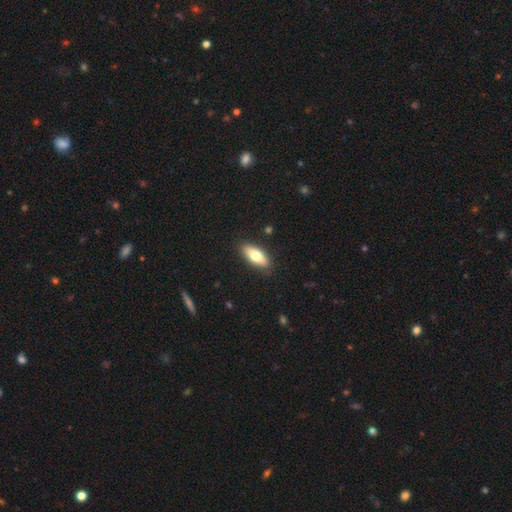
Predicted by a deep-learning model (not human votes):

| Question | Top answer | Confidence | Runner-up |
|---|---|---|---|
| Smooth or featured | smooth | 73% | featured or disk (21%) |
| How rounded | in between | 80% | cigar-shaped (17%) |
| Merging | none | 88% | minor disturbance (9%) |